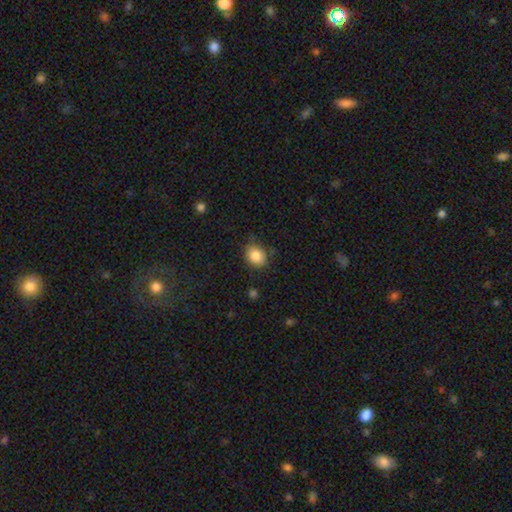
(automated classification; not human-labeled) A smooth galaxy with no disk features (85%) that is round (56%).

Vote fractions:
- Smooth or featured? smooth: 85% / star or artifact: 9% / featured or disk: 5%
- How rounded? round: 56% / in between: 43% / cigar-shaped: 1%
- Merging? none: 74% / minor disturbance: 20% / major disturbance: 4% / merger: 2%